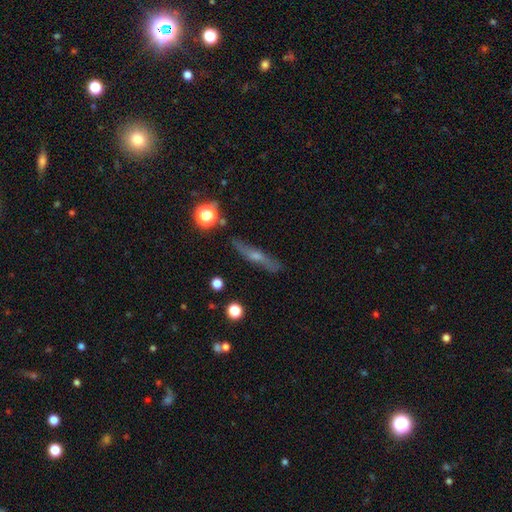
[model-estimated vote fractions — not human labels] This appears to be a featured or disk galaxy (58%) viewed edge-on (87%) with a rounded central bulge (79%). Merging: none (81%).